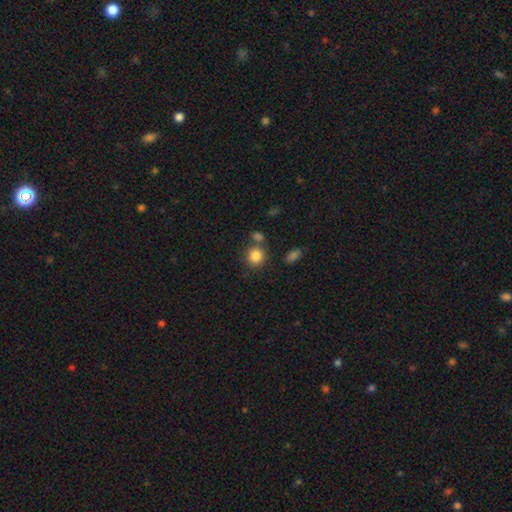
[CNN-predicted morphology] Smooth or featured: smooth — 85% (star or artifact — 10%)
How rounded: round — 86% (in between — 13%)
Merging: none — 70% (merger — 15%)